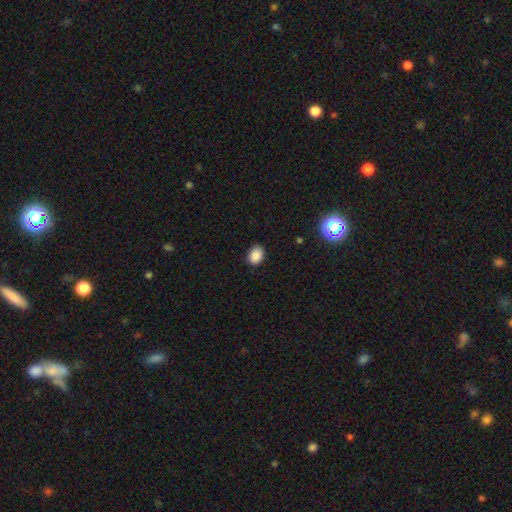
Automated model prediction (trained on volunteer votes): Morphology: type=smooth (87%); roundness=in between (63%); merging=none (85%).